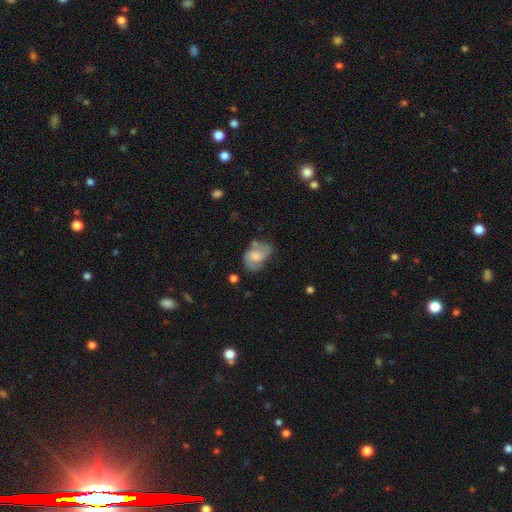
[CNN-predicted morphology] Smooth or featured? featured or disk (51%)
Edge-on disk? no (96%)
Merging? none (45%)